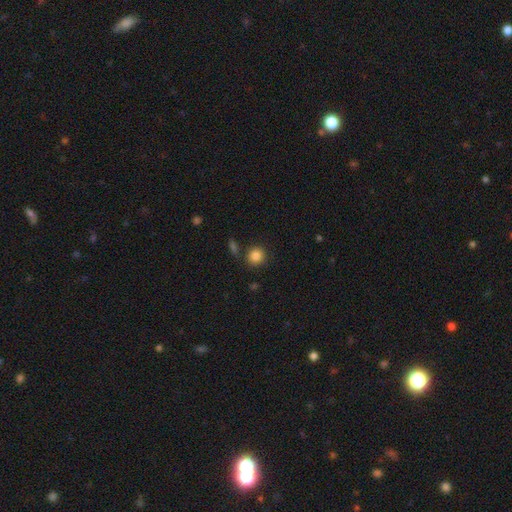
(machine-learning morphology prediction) This is clearly a smooth galaxy (85%). How rounded: clearly round (88%). Merging: clearly none (82%).